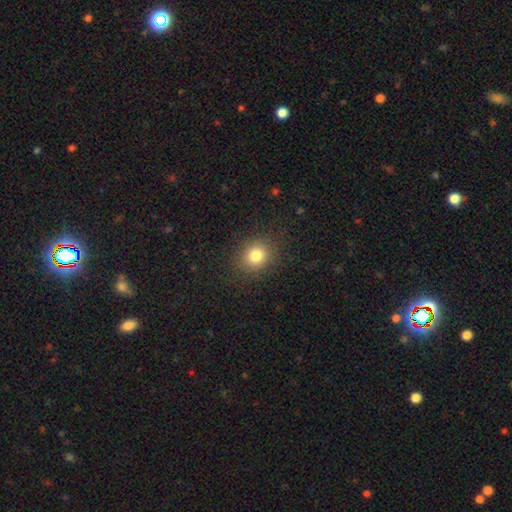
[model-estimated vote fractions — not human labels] smooth 80%, star or artifact 12%, featured or disk 7%. Down the decision tree: how rounded — round (75%); merging — none (88%).